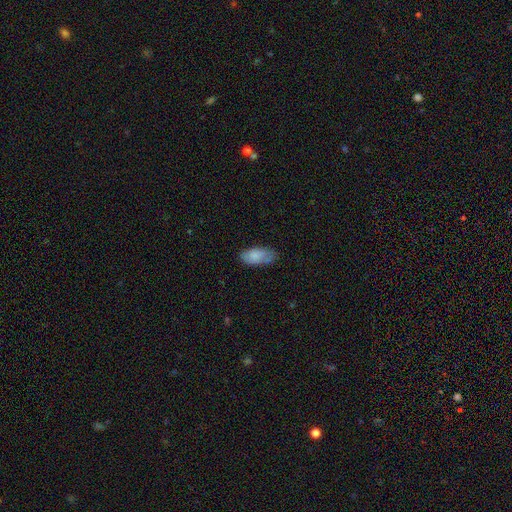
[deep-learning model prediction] Q: Smooth or featured?
A: smooth (79%); runner-up: featured or disk (14%)
Q: How rounded?
A: in between (91%); runner-up: cigar-shaped (7%)
Q: Merging?
A: none (61%); runner-up: minor disturbance (28%)